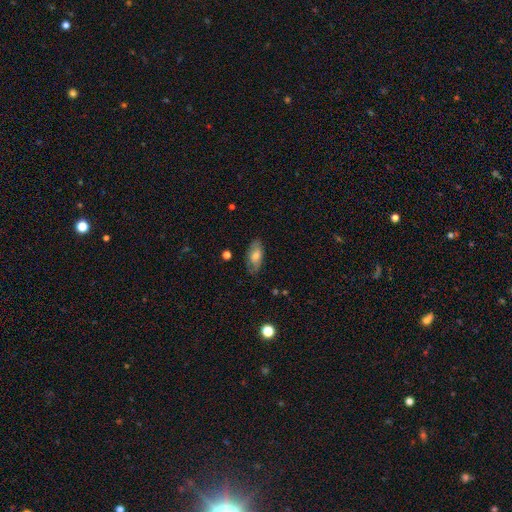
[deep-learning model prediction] A smooth galaxy with no disk features (63%) that is in between round and cigar-shaped (88%). Merging: none (74%).